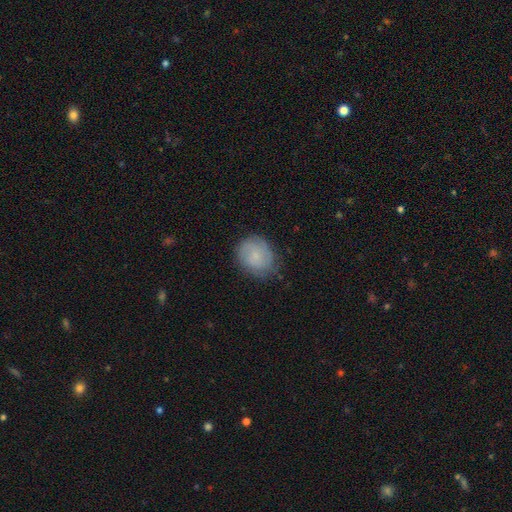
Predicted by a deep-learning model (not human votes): This appears to be a smooth galaxy with no disk features (57%) that is round (68%). Merging: none (71%).